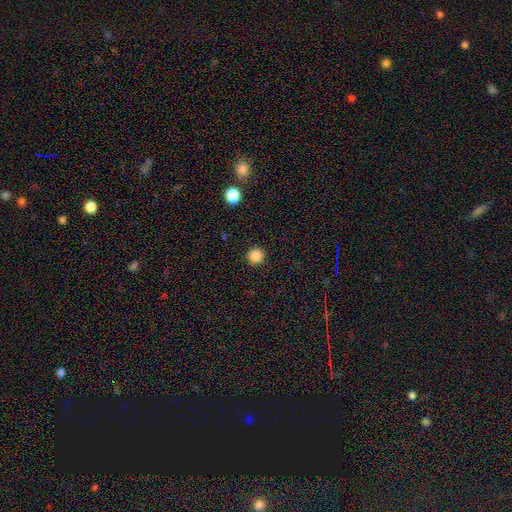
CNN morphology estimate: Smooth or featured?
  - smooth: 86% *
  - star or artifact: 11%
  - featured or disk: 3%
How rounded?
  - round: 96% *
  - in between: 3%
  - cigar-shaped: 1%
Merging?
  - none: 93% *
  - minor disturbance: 4%
  - major disturbance: 2%
  - merger: 1%